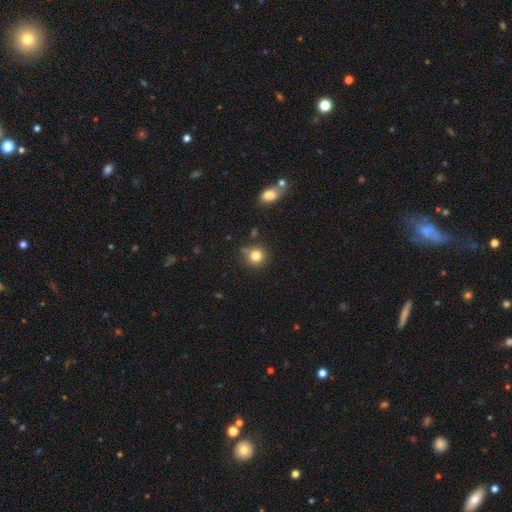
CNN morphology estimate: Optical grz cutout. It shows a smooth galaxy with no disk features (81%) that is round (90%). Merging: none (76%).